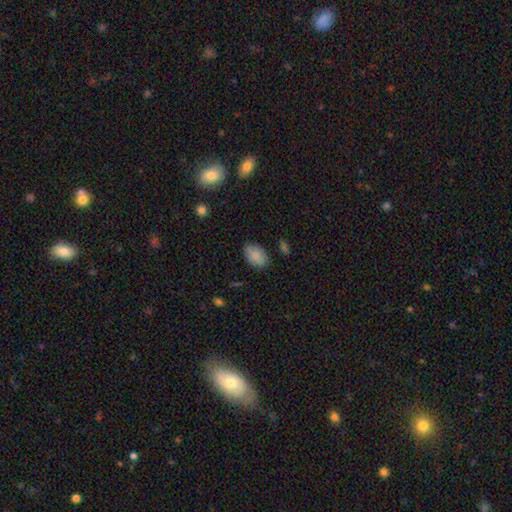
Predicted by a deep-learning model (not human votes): Q: Smooth or featured?
A: smooth (85%); runner-up: star or artifact (8%)
Q: How rounded?
A: in between (84%); runner-up: round (15%)
Q: Merging?
A: none (75%); runner-up: minor disturbance (20%)